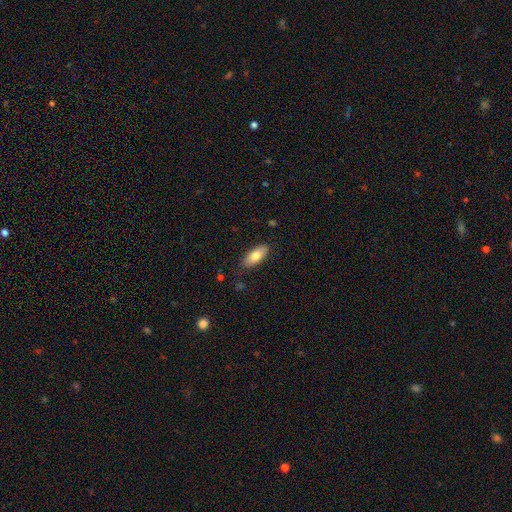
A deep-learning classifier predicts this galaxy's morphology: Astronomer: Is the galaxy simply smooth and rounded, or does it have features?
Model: smooth — 76%.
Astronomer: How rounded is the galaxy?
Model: in between — 84%.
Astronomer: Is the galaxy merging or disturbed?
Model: none — 84%.